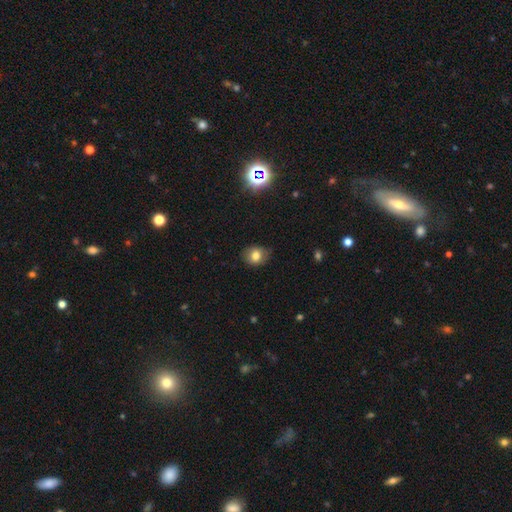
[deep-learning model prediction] Q: Smooth or featured?
A: smooth (76%); runner-up: star or artifact (12%)
Q: How rounded?
A: round (54%); runner-up: in between (45%)
Q: Merging?
A: none (76%); runner-up: minor disturbance (19%)